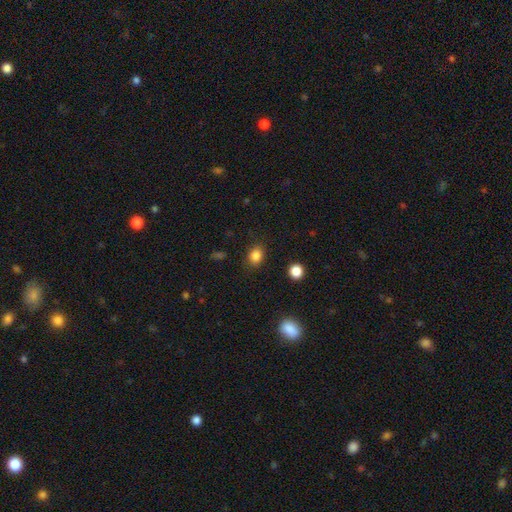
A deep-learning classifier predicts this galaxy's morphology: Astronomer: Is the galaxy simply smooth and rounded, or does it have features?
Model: smooth — 84%.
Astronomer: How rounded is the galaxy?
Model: in between — 54% (runner-up: round, 45%).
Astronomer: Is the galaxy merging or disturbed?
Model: none — 85%.